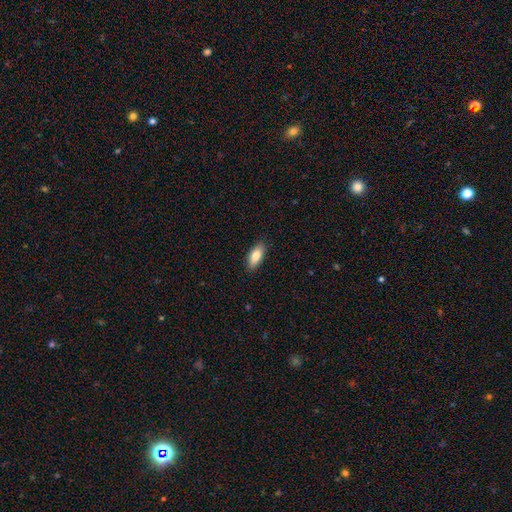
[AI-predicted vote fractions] The model was most divided on "how rounded": in between: 83%, cigar-shaped: 15%, round: 2%. More confident: merging — none (88%); smooth or featured — smooth (85%).